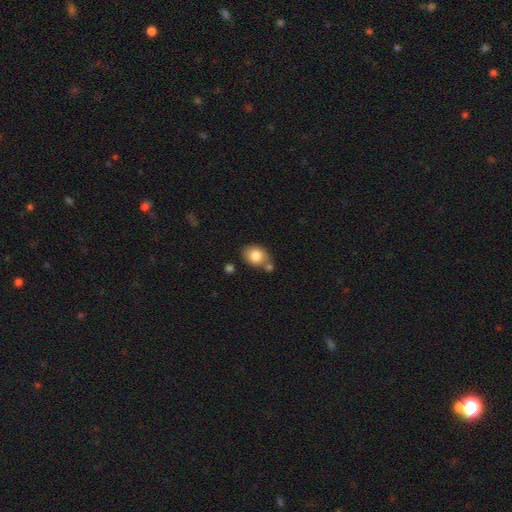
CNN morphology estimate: The model was most divided on "how rounded": in between: 54%, round: 45%, cigar-shaped: 1%. More confident: smooth or featured — smooth (80%); merging — none (62%).